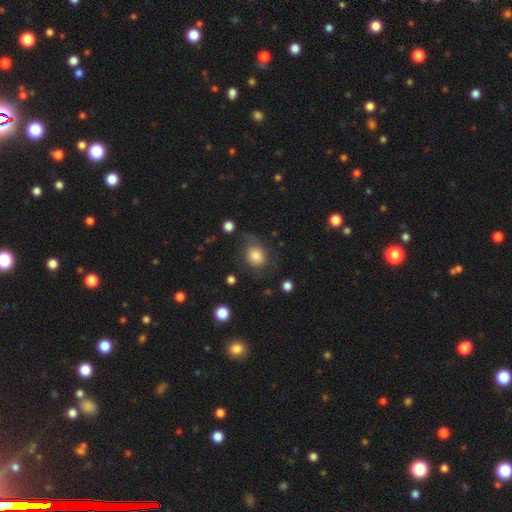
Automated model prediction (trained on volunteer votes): This appears to be a smooth galaxy with no disk features (76%) that is round (57%). Merging: none (56%).